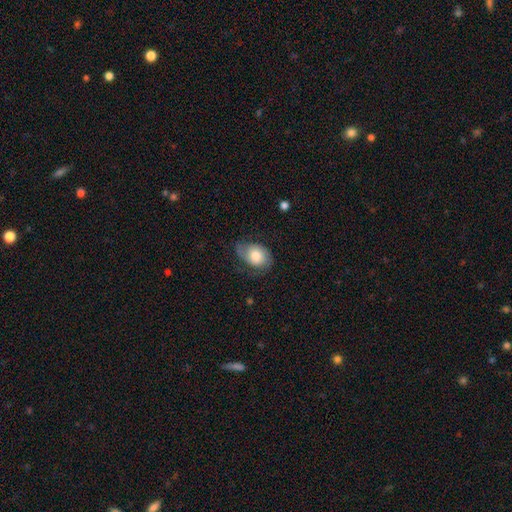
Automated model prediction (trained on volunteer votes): smooth_or_featured: smooth (p=0.56) [alt: featured or disk p=0.37]
how_rounded: in between (p=0.74) [alt: round p=0.25]
merging: none (p=0.50) [alt: minor disturbance p=0.32]